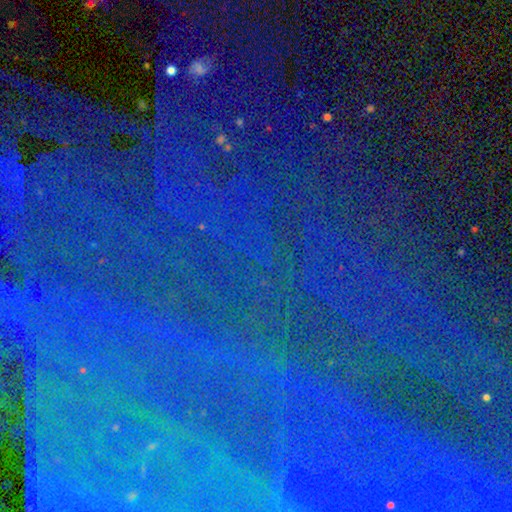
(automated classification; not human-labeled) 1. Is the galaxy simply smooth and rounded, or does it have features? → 84% star or artifact, 8% smooth, 8% featured or disk.